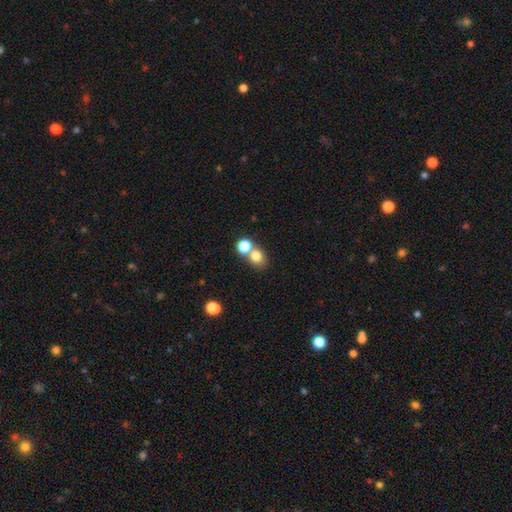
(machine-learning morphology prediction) Overall: smooth (78%). How rounded: round (68%; in between 31%). Merging: none (48%; merger 42%).